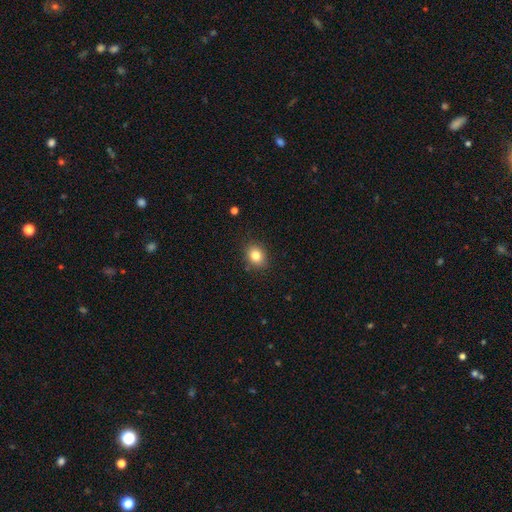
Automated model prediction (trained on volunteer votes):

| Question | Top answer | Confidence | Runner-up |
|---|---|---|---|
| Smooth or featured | smooth | 83% | star or artifact (10%) |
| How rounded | round | 53% | in between (46%) |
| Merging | none | 86% | minor disturbance (10%) |